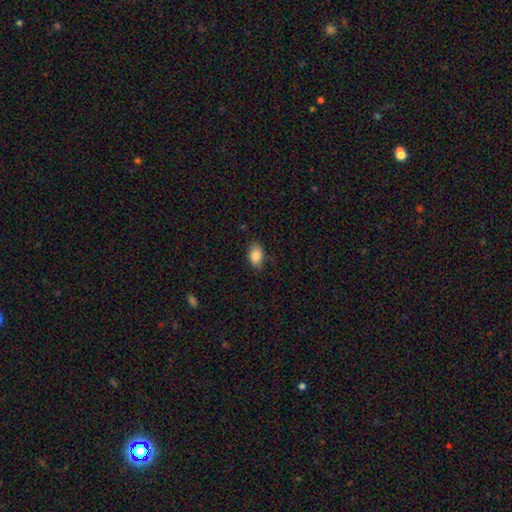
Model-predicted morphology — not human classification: Q: Smooth or featured?
A: smooth (86%); runner-up: star or artifact (8%)
Q: How rounded?
A: in between (86%); runner-up: round (13%)
Q: Merging?
A: none (76%); runner-up: minor disturbance (19%)